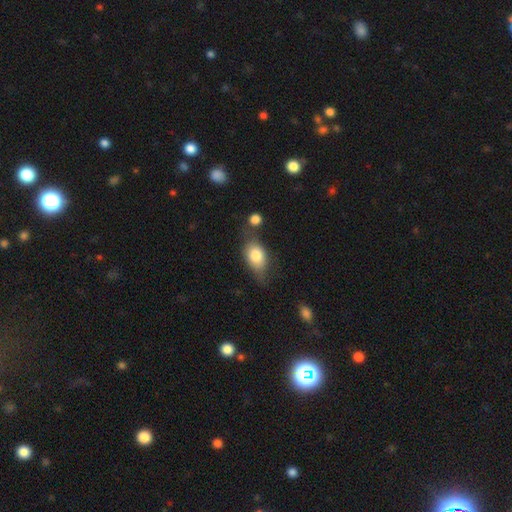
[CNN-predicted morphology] This appears to be a smooth galaxy with no disk features (78%) that is in between round and cigar-shaped (81%). Merging: none (54%).